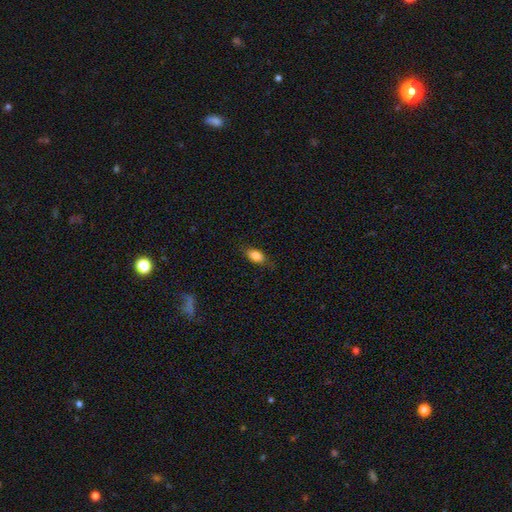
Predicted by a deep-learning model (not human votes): smooth 84%, featured or disk 9%, star or artifact 8%. Down the decision tree: how rounded — in between (86%); merging — none (78%).